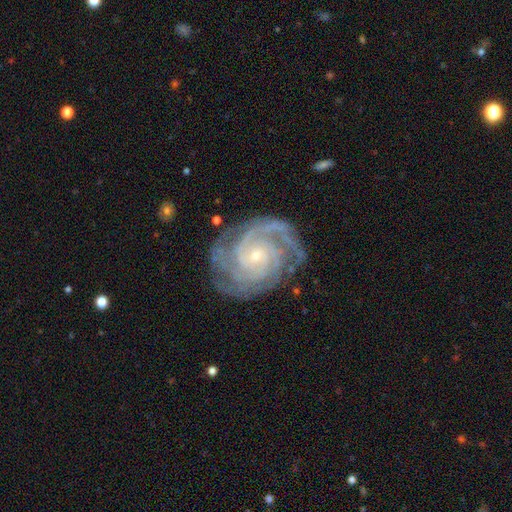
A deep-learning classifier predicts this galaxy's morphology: Smooth or featured? Predicted: featured or disk (p=0.91). Edge-on disk? Predicted: no (p=0.98). Bar? Predicted: no (p=0.71). Spiral arms? Predicted: yes (p=0.99). Spiral winding? Predicted: tight (p=0.74). Spiral arm count? Predicted: 3 (p=0.28). Bulge size? Predicted: small (p=0.83). Merging? Predicted: none (p=0.78).